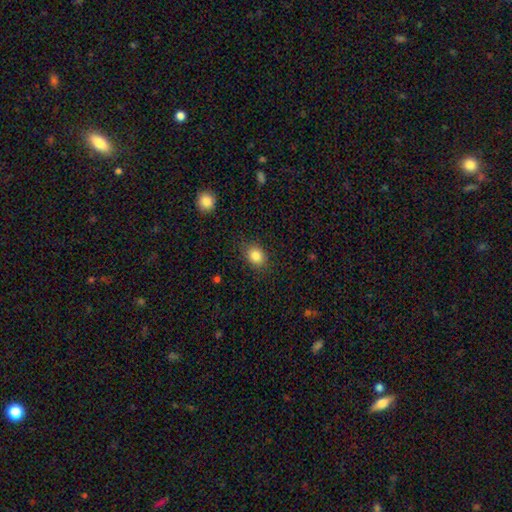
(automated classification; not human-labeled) Q: Smooth or featured?
A: smooth (85%); runner-up: star or artifact (9%)
Q: How rounded?
A: in between (55%); runner-up: round (44%)
Q: Merging?
A: none (85%); runner-up: minor disturbance (11%)